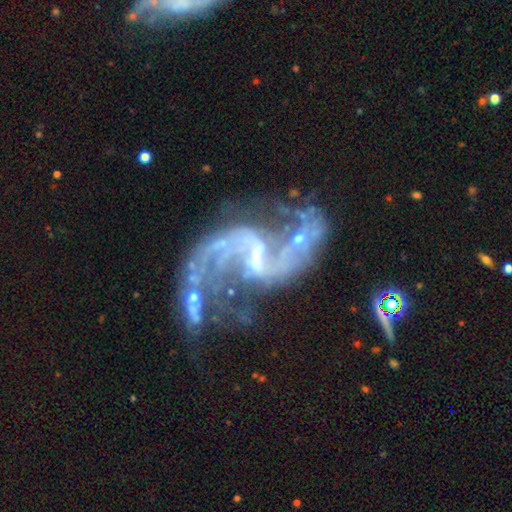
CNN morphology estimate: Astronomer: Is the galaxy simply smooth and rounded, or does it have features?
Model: featured or disk — 90%.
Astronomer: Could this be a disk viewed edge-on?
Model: no — 98%.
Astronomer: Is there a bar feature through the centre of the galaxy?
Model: weak — 52%.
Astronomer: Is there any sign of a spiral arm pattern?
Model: yes — 95%.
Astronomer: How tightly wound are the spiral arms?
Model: loose — 70%.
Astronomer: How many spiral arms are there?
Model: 2 — 88%.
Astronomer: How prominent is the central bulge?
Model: small — 60%.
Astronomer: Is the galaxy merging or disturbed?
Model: none — 36% (runner-up: major disturbance, 26%).